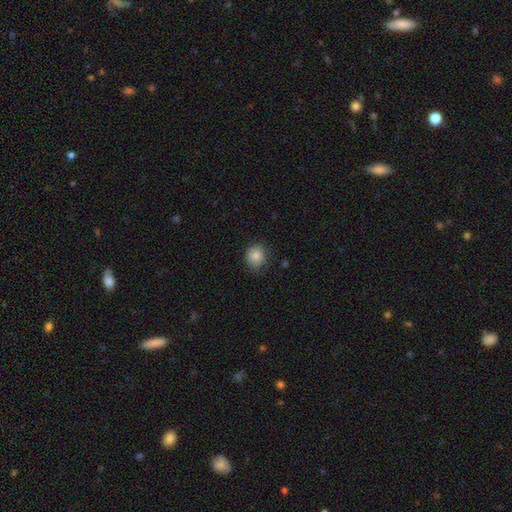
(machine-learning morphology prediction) smooth 84%, star or artifact 9%, featured or disk 6%. Down the decision tree: how rounded — round (81%); merging — none (75%).